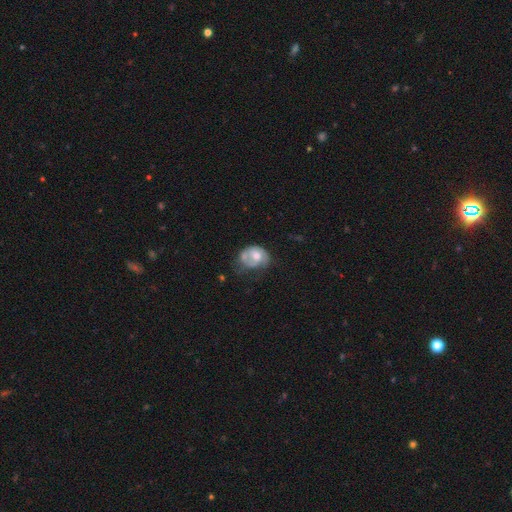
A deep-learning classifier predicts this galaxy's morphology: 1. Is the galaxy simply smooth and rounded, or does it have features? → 50% smooth, 43% featured or disk, 7% star or artifact.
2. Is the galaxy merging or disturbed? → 35% minor disturbance, 31% none, 25% major disturbance, 9% merger.